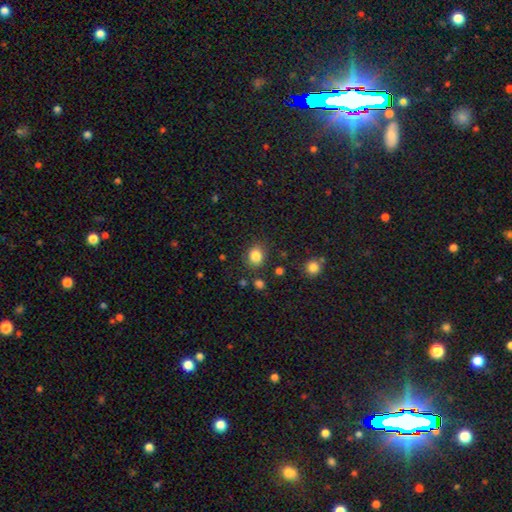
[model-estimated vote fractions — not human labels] Smooth or featured?
  - smooth: 84% *
  - star or artifact: 11%
  - featured or disk: 5%
How rounded?
  - round: 65% *
  - in between: 34%
  - cigar-shaped: 1%
Merging?
  - none: 83% *
  - minor disturbance: 11%
  - major disturbance: 3%
  - merger: 3%